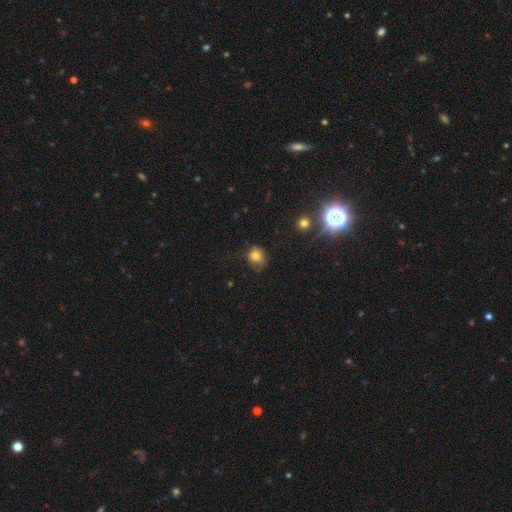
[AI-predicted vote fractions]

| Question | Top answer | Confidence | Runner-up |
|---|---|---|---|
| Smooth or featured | smooth | 76% | star or artifact (14%) |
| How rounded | round | 66% | in between (33%) |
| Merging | none | 56% | minor disturbance (30%) |